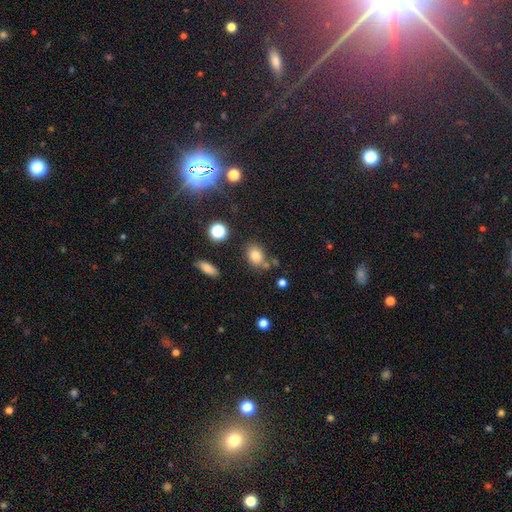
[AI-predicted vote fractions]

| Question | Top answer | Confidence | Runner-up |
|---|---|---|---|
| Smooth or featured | smooth | 79% | star or artifact (13%) |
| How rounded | in between | 63% | round (36%) |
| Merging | none | 66% | minor disturbance (16%) |